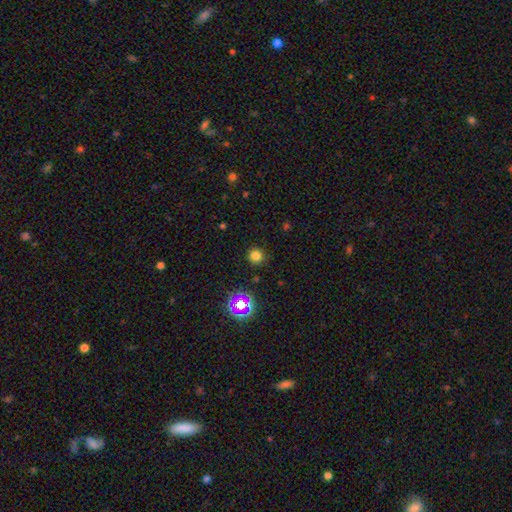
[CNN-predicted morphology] smooth-or-featured: smooth: 75% | star or artifact: 20% | featured or disk: 5%
  how-rounded: round: 93% | in between: 6% | cigar-shaped: 1%
  merging: none: 88% | minor disturbance: 8% | major disturbance: 3% | merger: 2%